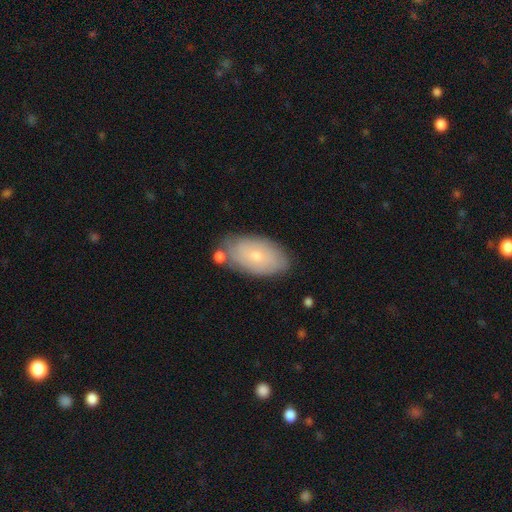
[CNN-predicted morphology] Q: Smooth or featured?
A: smooth (61%); runner-up: featured or disk (32%)
Q: How rounded?
A: in between (93%); runner-up: round (4%)
Q: Merging?
A: none (73%); runner-up: minor disturbance (17%)